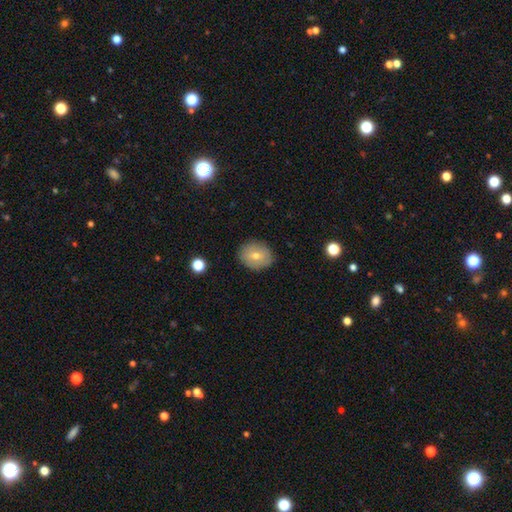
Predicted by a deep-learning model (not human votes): This is likely a smooth galaxy (65%). How rounded: possibly round (59%). Merging: clearly none (87%).